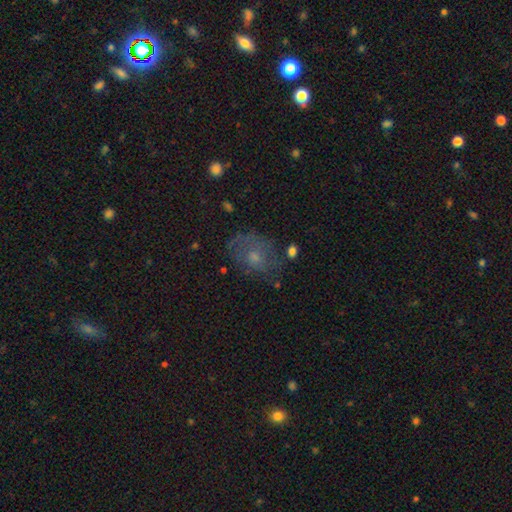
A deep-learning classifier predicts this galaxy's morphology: smooth-or-featured: smooth: 46% | featured or disk: 39% | star or artifact: 16%
  merging: none: 59% | minor disturbance: 24% | major disturbance: 14% | merger: 3%